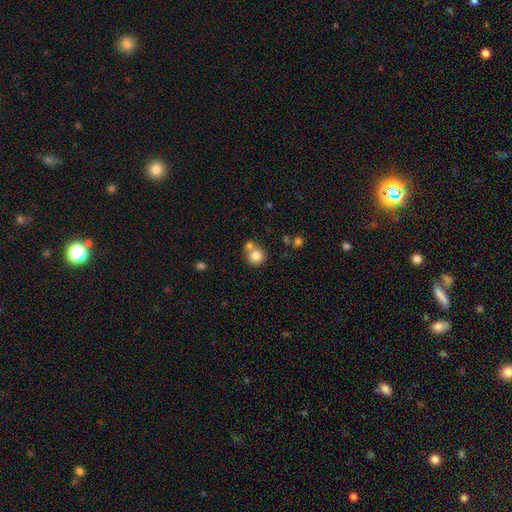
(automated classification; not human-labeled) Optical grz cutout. It shows a smooth galaxy with no disk features (80%) that is round (89%). Merging: none (52%).